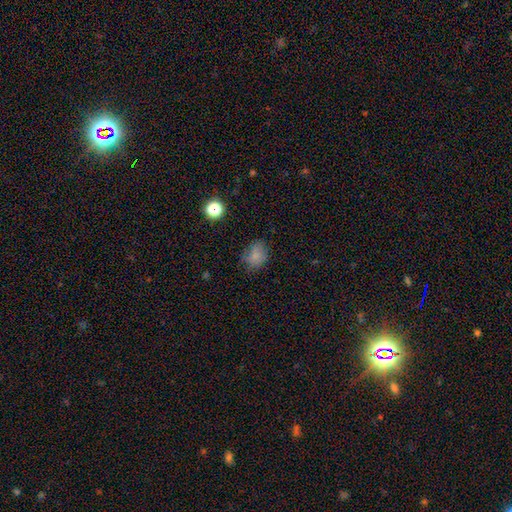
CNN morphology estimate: Smooth or featured? Predicted: smooth (p=0.78). How rounded? Predicted: in between (p=0.51). Merging? Predicted: none (p=0.71).